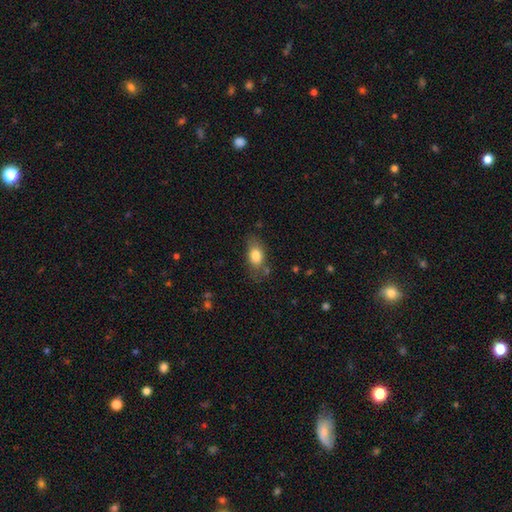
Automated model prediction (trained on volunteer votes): smooth 80%, featured or disk 12%, star or artifact 8%. Down the decision tree: how rounded — in between (83%); merging — none (67%).